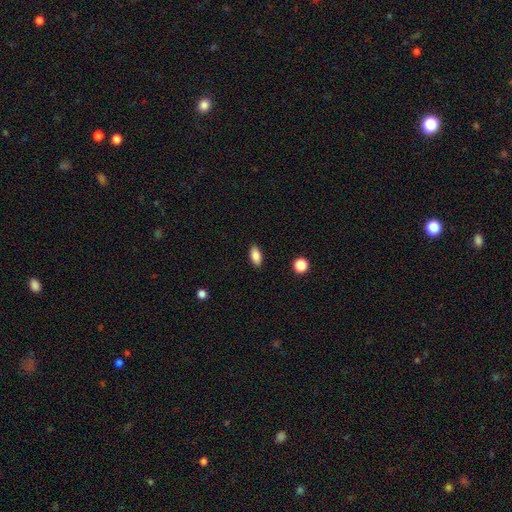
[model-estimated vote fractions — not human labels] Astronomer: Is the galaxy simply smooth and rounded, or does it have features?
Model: smooth — 85%.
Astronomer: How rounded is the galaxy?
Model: in between — 89%.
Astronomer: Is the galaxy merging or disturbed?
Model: none — 88%.